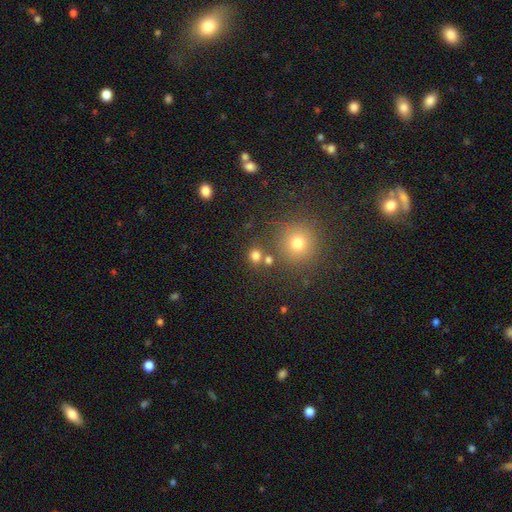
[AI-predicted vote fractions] smooth-or-featured: smooth: 75% | star or artifact: 19% | featured or disk: 7%
  how-rounded: round: 85% | in between: 14% | cigar-shaped: 1%
  merging: none: 72% | merger: 16% | minor disturbance: 8% | major disturbance: 4%